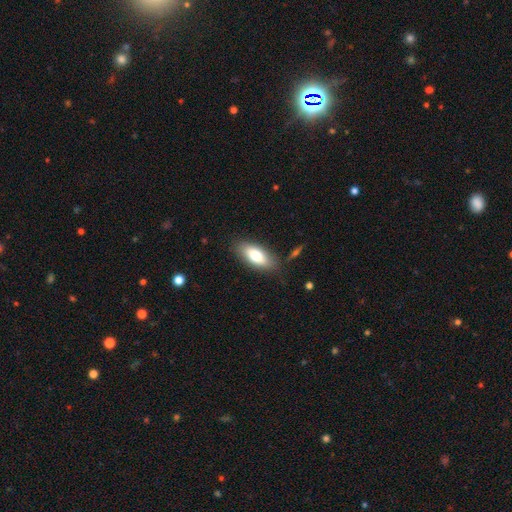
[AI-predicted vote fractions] Overall: smooth (77%). How rounded: in between (86%). Merging: none (82%).